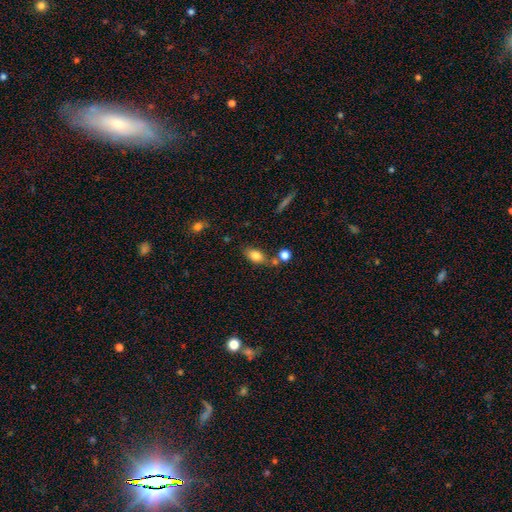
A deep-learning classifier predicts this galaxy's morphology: smooth_or_featured: smooth (p=0.81) [alt: featured or disk p=0.10]
how_rounded: in between (p=0.86) [alt: round p=0.09]
merging: none (p=0.64) [alt: minor disturbance p=0.16]